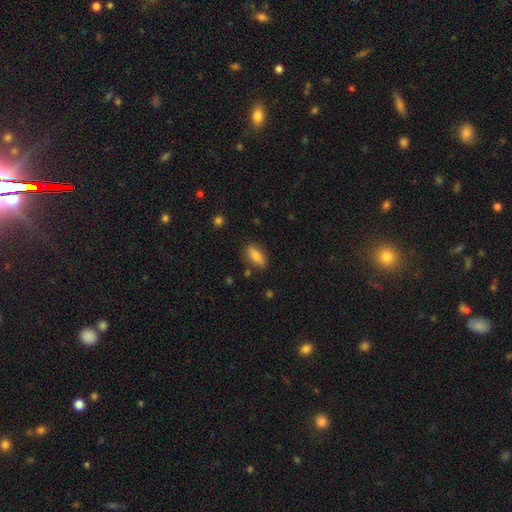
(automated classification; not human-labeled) Q: Smooth or featured?
A: smooth (78%); runner-up: featured or disk (15%)
Q: How rounded?
A: in between (72%); runner-up: cigar-shaped (25%)
Q: Merging?
A: none (83%); runner-up: minor disturbance (12%)